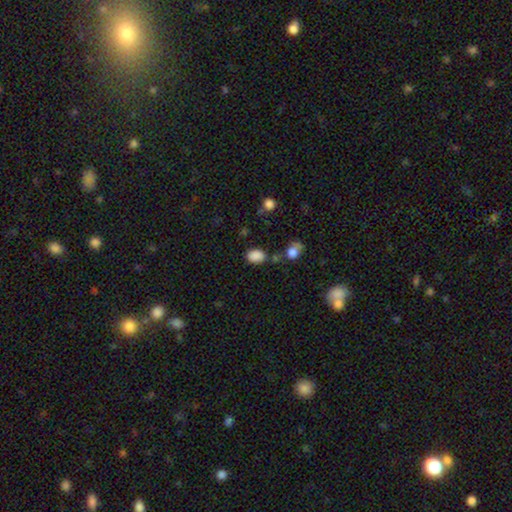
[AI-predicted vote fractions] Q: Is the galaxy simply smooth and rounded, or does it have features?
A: smooth — 86%.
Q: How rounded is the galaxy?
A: in between — 81%.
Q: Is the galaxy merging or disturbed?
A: none — 70%.